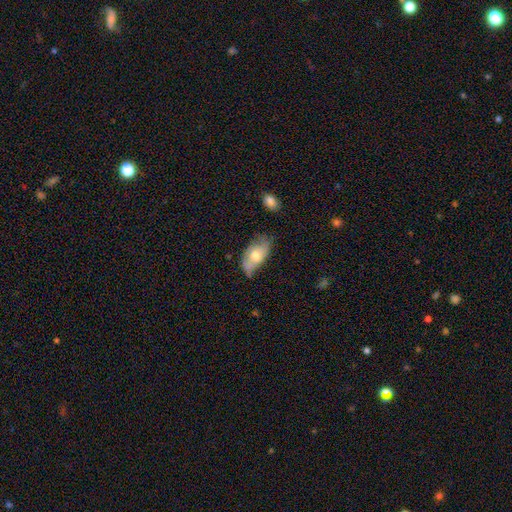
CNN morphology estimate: smooth_or_featured: smooth (p=0.55) [alt: featured or disk p=0.38]
how_rounded: in between (p=0.92) [alt: round p=0.04]
merging: none (p=0.51) [alt: minor disturbance p=0.35]